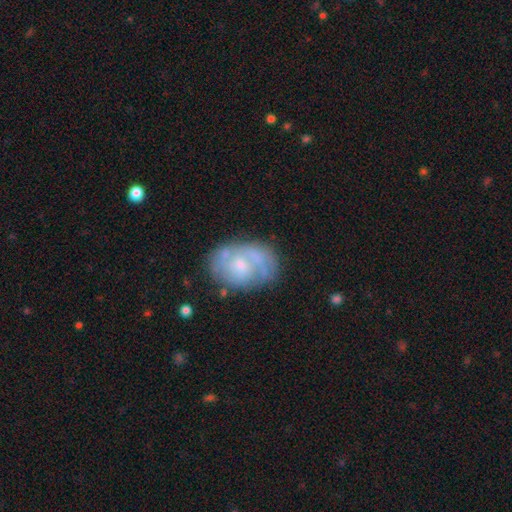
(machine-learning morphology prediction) A featured or disk galaxy (59%) with no bar (70%), spiral arms (62%) and a small central bulge (47%).

Vote fractions:
- Smooth or featured? featured or disk: 59% / smooth: 33% / star or artifact: 8%
- Edge-on disk? no: 97% / yes: 3%
- Bar? no: 70% / weak: 26% / strong: 4%
- Spiral arms? yes: 62% / no: 38%
- Bulge size? small: 47% / moderate: 39% / none: 8% / large: 5% / dominant: 2%
- Merging? none: 63% / minor disturbance: 21% / major disturbance: 11% / merger: 4%